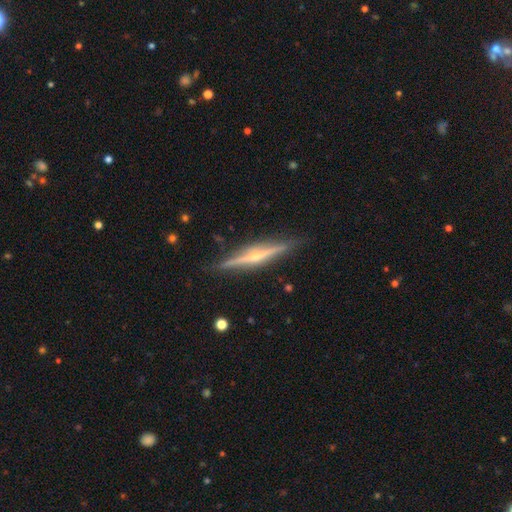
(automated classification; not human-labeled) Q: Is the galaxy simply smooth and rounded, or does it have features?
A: featured or disk — 82%.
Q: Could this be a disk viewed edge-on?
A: yes — 98%.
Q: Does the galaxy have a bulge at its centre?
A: rounded — 85%.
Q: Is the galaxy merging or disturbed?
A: none — 88%.